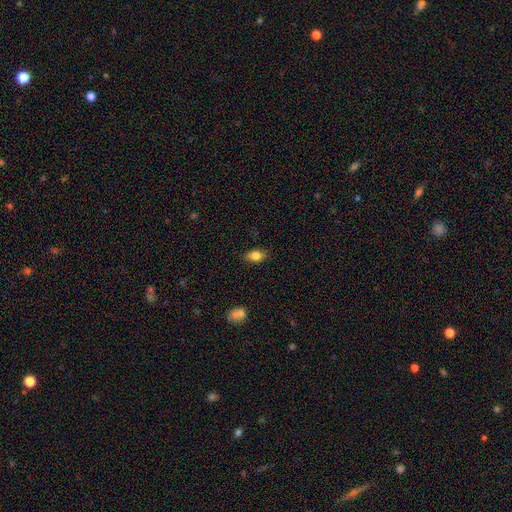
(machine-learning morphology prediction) smooth_or_featured: smooth (p=0.82) [alt: featured or disk p=0.10]
how_rounded: in between (p=0.82) [alt: round p=0.15]
merging: none (p=0.85) [alt: minor disturbance p=0.12]